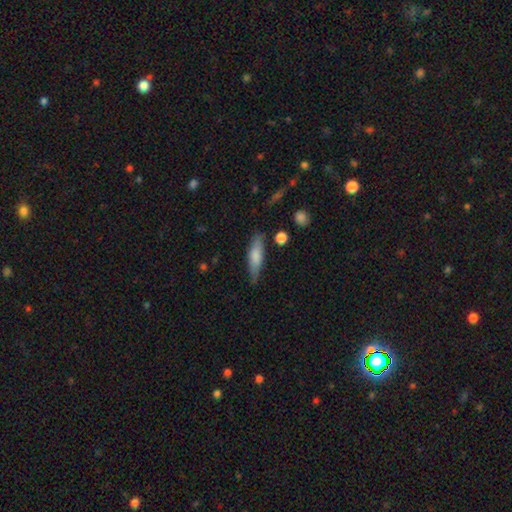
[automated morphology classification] The model was most divided on "how rounded": cigar-shaped: 61%, in between: 37%, round: 2%. More confident: merging — none (75%); smooth or featured — smooth (71%).